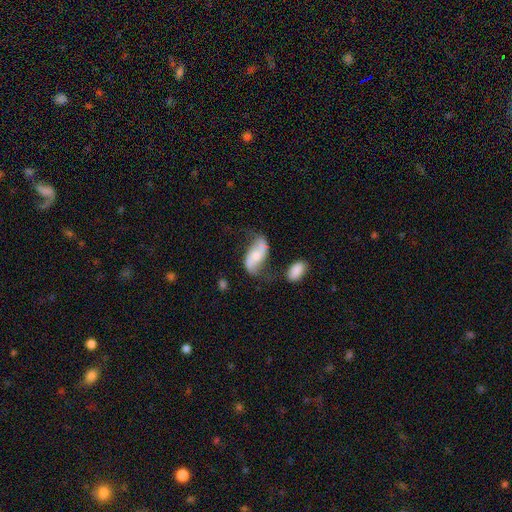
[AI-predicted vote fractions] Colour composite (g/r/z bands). It shows a featured or disk galaxy (70%) with no bar (54%), 2 (91%) loose (79%) spiral arms (89%) and a moderate central bulge (46%). Merging: none (53%).